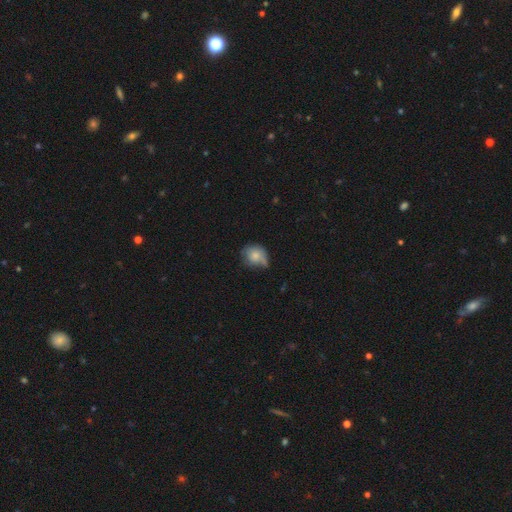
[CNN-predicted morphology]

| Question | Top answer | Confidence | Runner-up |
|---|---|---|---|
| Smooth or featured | smooth | 73% | featured or disk (18%) |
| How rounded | round | 71% | in between (28%) |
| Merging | none | 40% | minor disturbance (38%) |